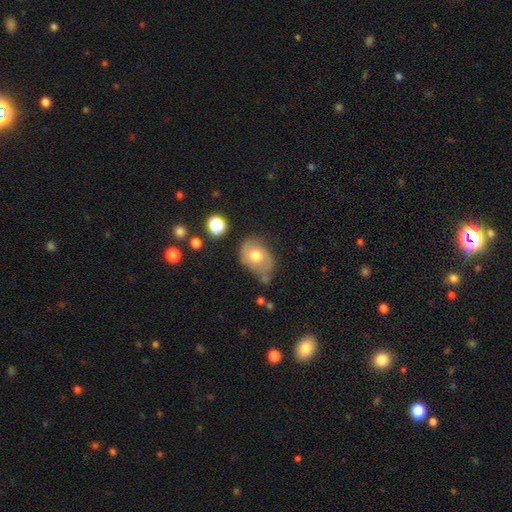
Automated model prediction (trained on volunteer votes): A smooth galaxy with no disk features (55%) that is in between round and cigar-shaped (61%). Merging: none (44%).